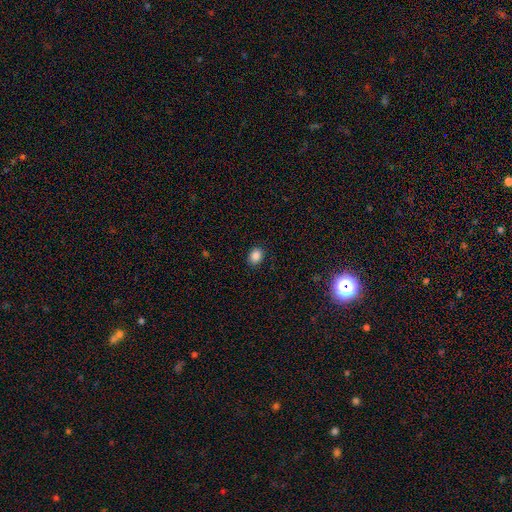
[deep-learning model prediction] Overall: smooth (87%). How rounded: in between (52%; round 47%). Merging: none (89%).